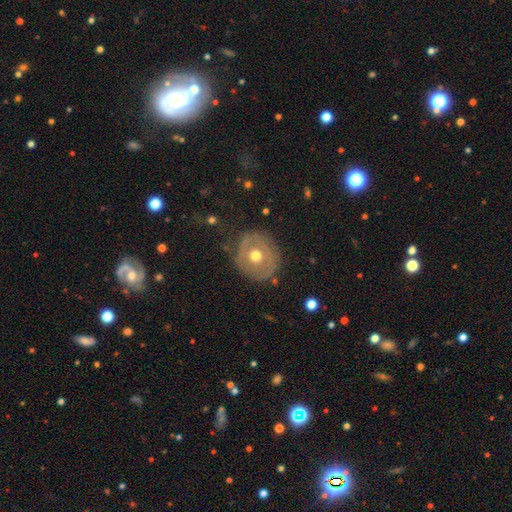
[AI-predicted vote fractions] Smooth or featured: featured or disk — 51% (smooth — 42%)
Edge-on disk: no — 95% (yes — 5%)
Merging: none — 76% (minor disturbance — 16%)